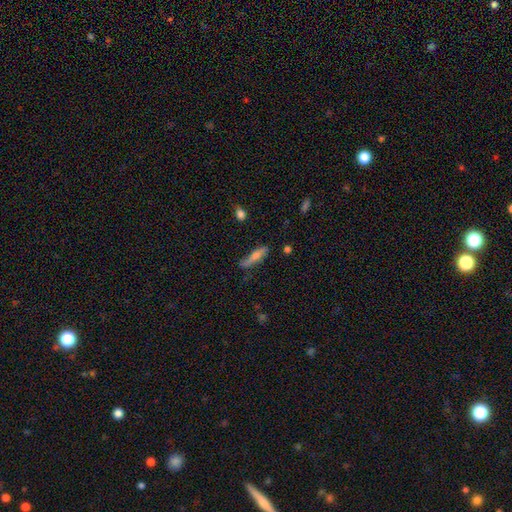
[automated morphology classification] smooth_or_featured: smooth (p=0.55) [alt: featured or disk p=0.37]
how_rounded: cigar-shaped (p=0.80) [alt: in between p=0.17]
merging: none (p=0.61) [alt: minor disturbance p=0.27]